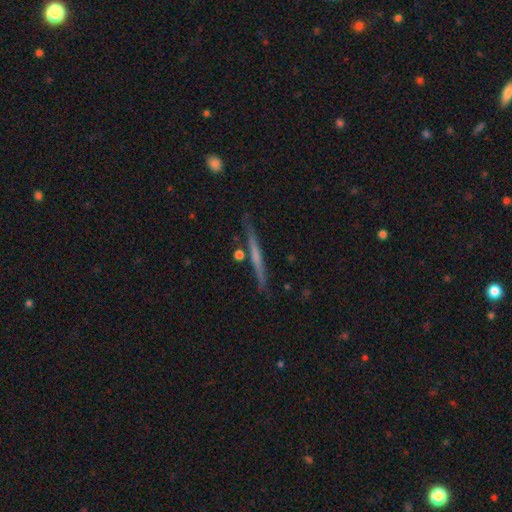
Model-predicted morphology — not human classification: A featured or disk galaxy (55%) viewed edge-on (97%) with no central bulge (79%).

Vote fractions:
- Smooth or featured? featured or disk: 55% / smooth: 39% / star or artifact: 6%
- Edge-on disk? yes: 97% / no: 3%
- Edge-on bulge? none: 79% / rounded: 15% / boxy: 6%
- Merging? none: 86% / minor disturbance: 9% / merger: 3% / major disturbance: 2%